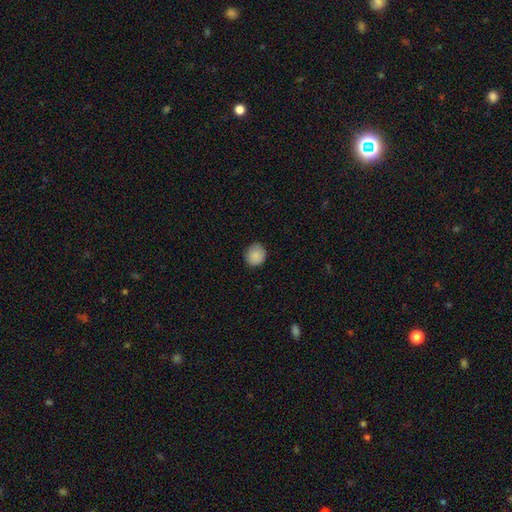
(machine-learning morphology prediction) The model was most divided on "how rounded": round: 84%, in between: 15%, cigar-shaped: 1%. More confident: smooth or featured — smooth (88%); merging — none (86%).